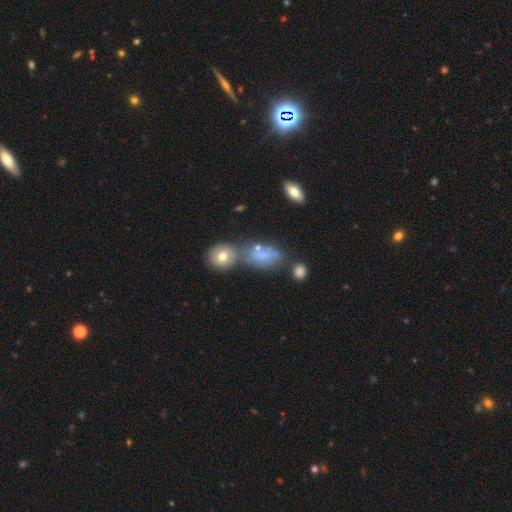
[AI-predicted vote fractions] Smooth or featured: smooth — 47% (star or artifact — 29%)
Merging: merger — 43% (none — 40%)